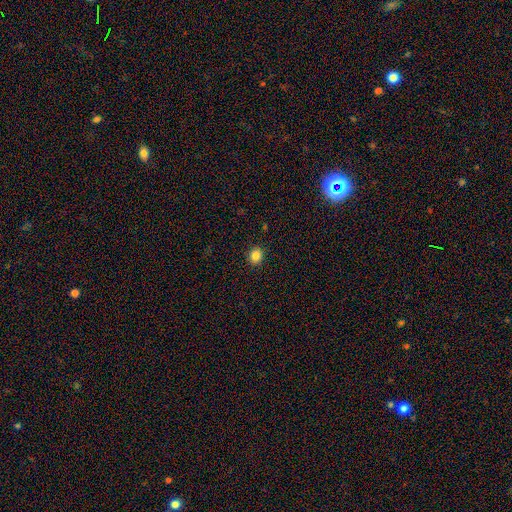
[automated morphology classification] A smooth galaxy with no disk features (85%) that is round (78%).

Vote fractions:
- Smooth or featured? smooth: 85% / star or artifact: 12% / featured or disk: 4%
- How rounded? round: 78% / in between: 21% / cigar-shaped: 1%
- Merging? none: 92% / minor disturbance: 5% / major disturbance: 2% / merger: 1%